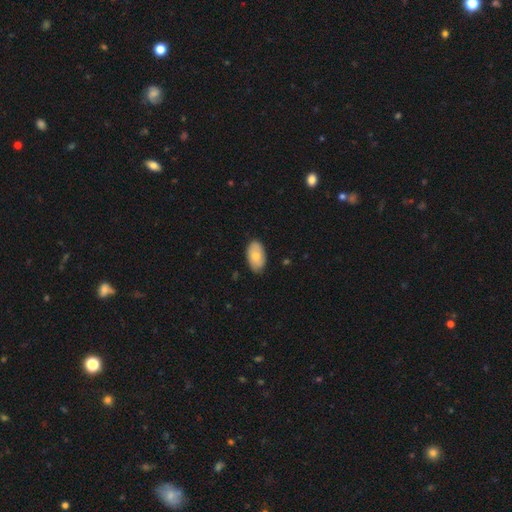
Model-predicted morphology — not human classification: This is likely a smooth galaxy (71%). How rounded: clearly in between (94%). Merging: clearly none (82%).